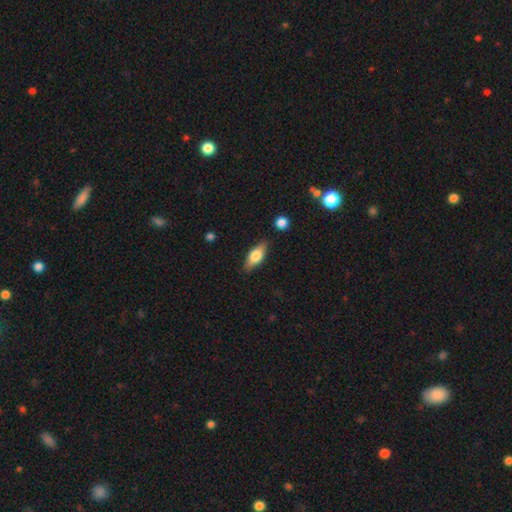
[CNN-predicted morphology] The model was most divided on "smooth or featured": smooth: 64%, featured or disk: 30%, star or artifact: 6%. More confident: merging — none (84%); how rounded — in between (73%).